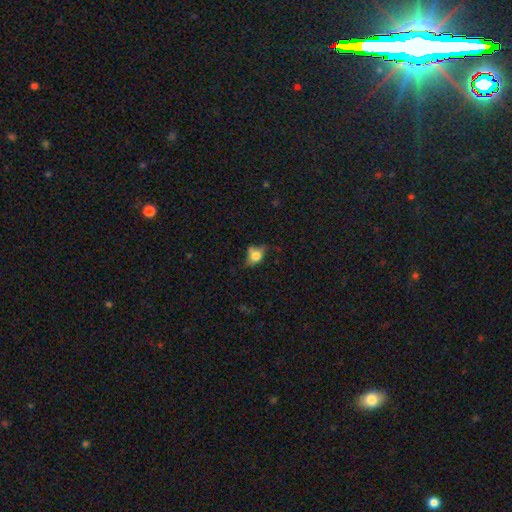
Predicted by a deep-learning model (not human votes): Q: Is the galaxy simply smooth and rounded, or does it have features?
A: smooth — 59%.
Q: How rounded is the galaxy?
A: in between — 61%.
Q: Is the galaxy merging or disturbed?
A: none — 43%.